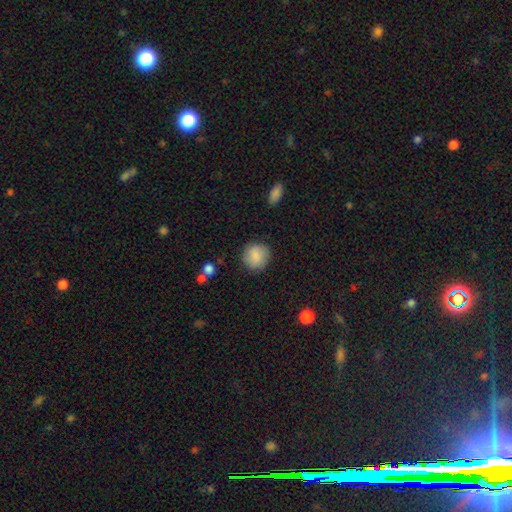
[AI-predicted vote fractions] This is clearly a smooth galaxy (87%). How rounded: clearly round (88%). Merging: clearly none (85%).